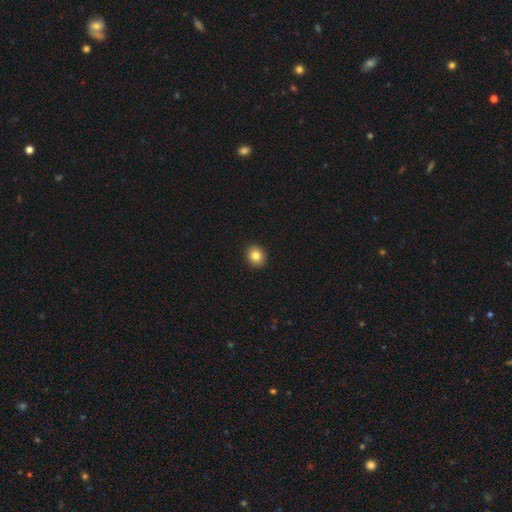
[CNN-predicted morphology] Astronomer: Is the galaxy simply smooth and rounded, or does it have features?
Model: smooth — 82%.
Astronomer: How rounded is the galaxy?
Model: round — 69%.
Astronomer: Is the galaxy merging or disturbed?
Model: none — 92%.